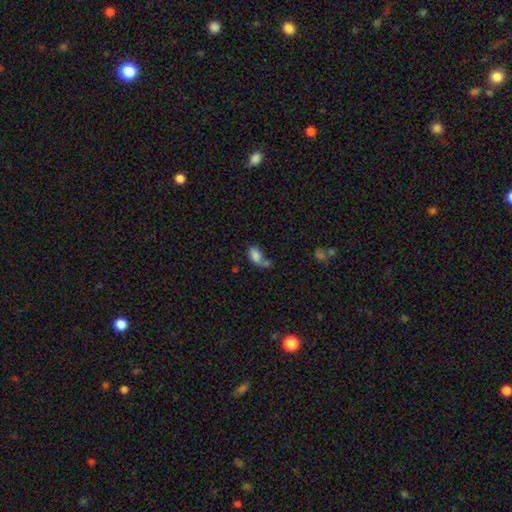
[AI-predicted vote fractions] Smooth or featured? smooth (79%)
How rounded? in between (88%)
Merging? none (34%)